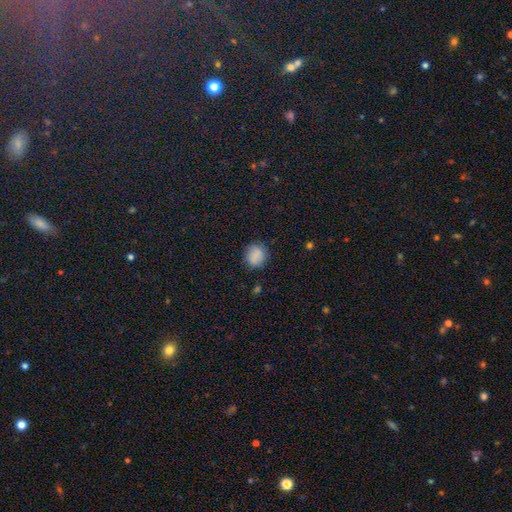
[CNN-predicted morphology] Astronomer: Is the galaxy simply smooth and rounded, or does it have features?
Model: smooth — 84%.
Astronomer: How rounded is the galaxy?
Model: round — 69%.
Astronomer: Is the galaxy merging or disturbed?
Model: none — 80%.